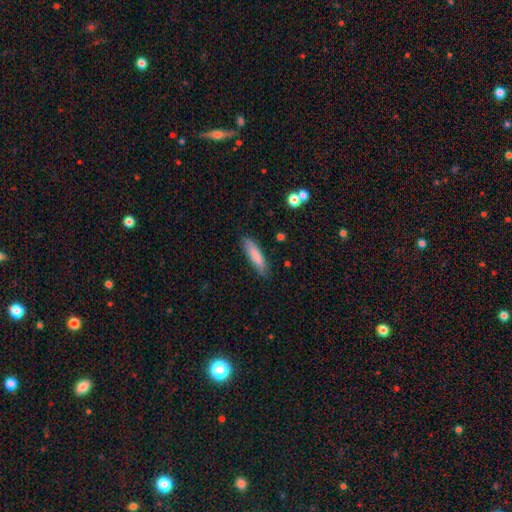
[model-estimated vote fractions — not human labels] Smooth or featured? Predicted: smooth (p=0.81). How rounded? Predicted: cigar-shaped (p=0.70). Merging? Predicted: none (p=0.82).